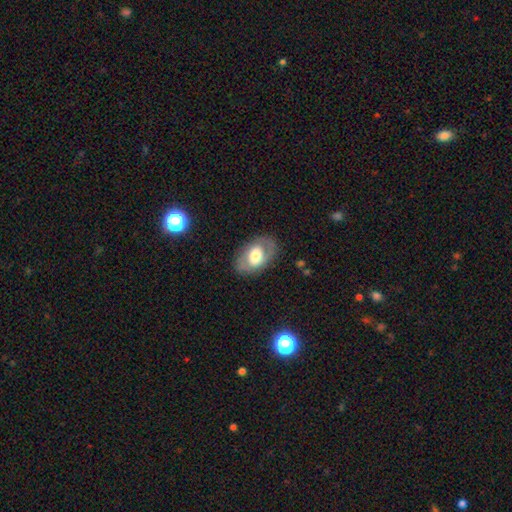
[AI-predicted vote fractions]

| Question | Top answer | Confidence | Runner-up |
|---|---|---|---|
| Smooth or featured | featured or disk | 50% | smooth (43%) |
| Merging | none | 78% | minor disturbance (14%) |